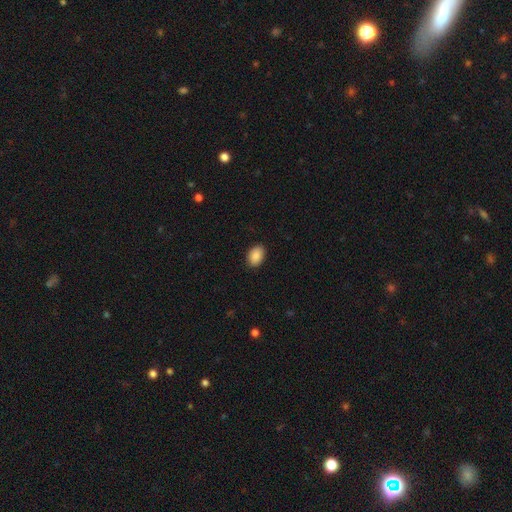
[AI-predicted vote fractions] smooth-or-featured: smooth: 90% | star or artifact: 7% | featured or disk: 3%
  how-rounded: in between: 86% | round: 12% | cigar-shaped: 1%
  merging: none: 89% | minor disturbance: 8% | major disturbance: 2% | merger: 1%